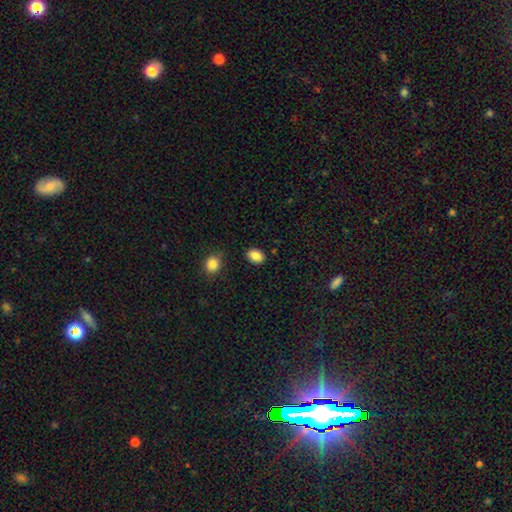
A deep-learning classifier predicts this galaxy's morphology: Smooth or featured? Predicted: smooth (p=0.87). How rounded? Predicted: in between (p=0.70). Merging? Predicted: none (p=0.84).